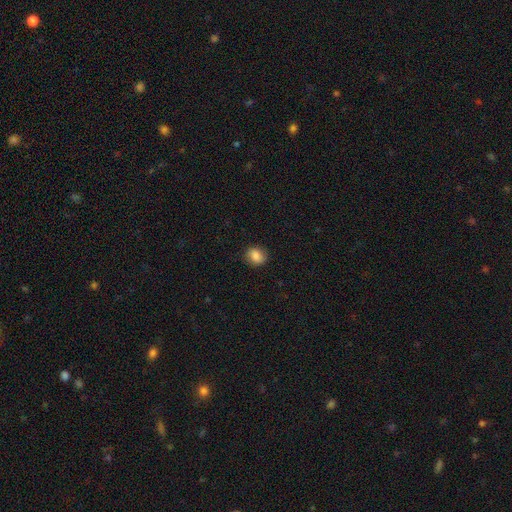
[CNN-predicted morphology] Q: Smooth or featured?
A: smooth (85%); runner-up: star or artifact (9%)
Q: How rounded?
A: round (62%); runner-up: in between (36%)
Q: Merging?
A: none (85%); runner-up: minor disturbance (11%)